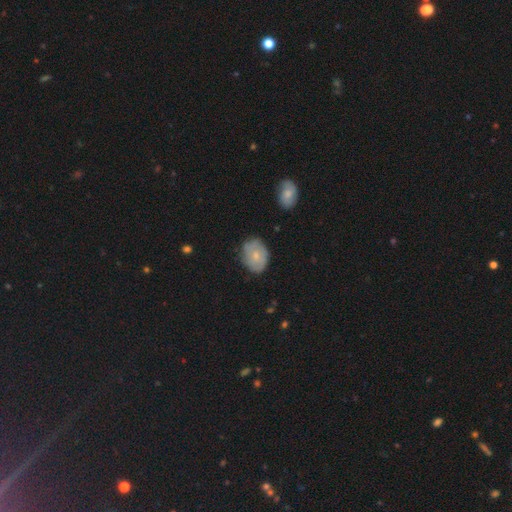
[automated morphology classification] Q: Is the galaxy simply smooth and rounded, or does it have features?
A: smooth — 58%.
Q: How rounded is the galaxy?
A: in between — 65%.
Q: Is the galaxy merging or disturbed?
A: none — 73%.